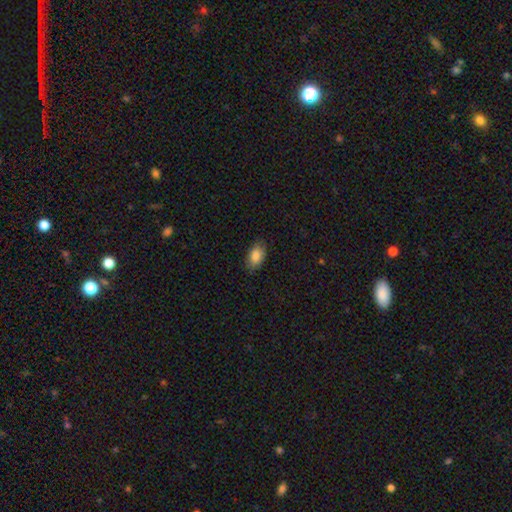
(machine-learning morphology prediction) A smooth galaxy with no disk features (87%) that is in between round and cigar-shaped (92%).

Vote fractions:
- Smooth or featured? smooth: 87% / star or artifact: 7% / featured or disk: 6%
- How rounded? in between: 92% / round: 5% / cigar-shaped: 2%
- Merging? none: 82% / minor disturbance: 14% / major disturbance: 3% / merger: 1%